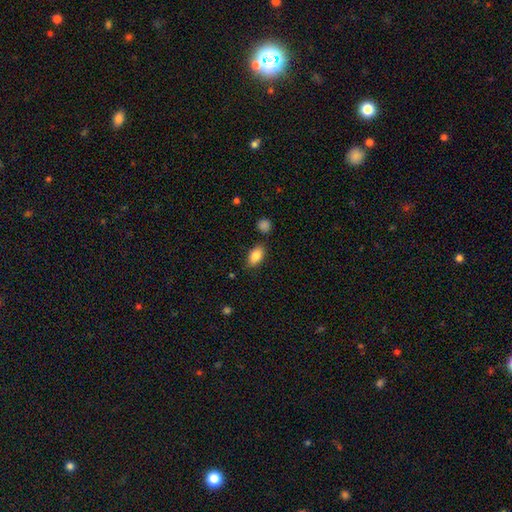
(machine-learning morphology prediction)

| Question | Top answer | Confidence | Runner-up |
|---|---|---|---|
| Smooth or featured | smooth | 86% | star or artifact (7%) |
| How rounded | in between | 90% | round (7%) |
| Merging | none | 82% | minor disturbance (12%) |